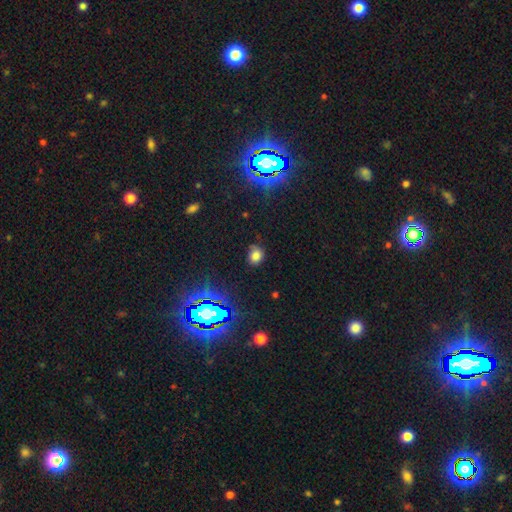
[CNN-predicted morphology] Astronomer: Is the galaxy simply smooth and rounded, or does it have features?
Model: smooth — 70%.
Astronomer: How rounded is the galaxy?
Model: round — 60% (runner-up: in between, 39%).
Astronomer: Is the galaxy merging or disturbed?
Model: none — 67%.